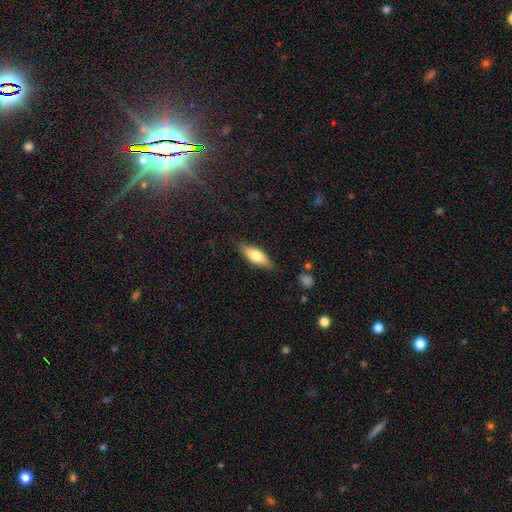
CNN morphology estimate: This is likely a smooth galaxy (67%). How rounded: likely in between (64%). Merging: clearly none (84%).